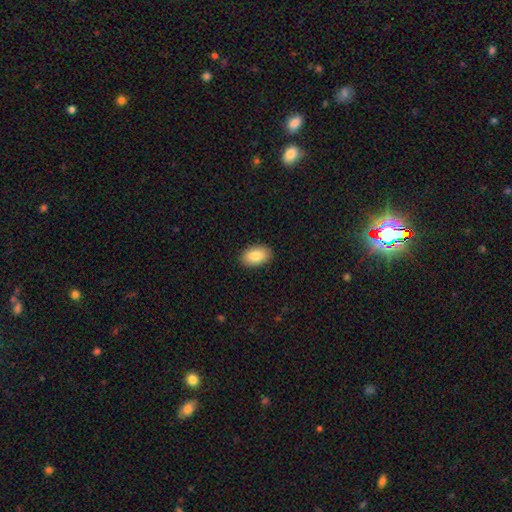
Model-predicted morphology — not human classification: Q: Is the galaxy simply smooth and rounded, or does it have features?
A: smooth — 86%.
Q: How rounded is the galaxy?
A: in between — 92%.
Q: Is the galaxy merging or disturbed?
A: none — 90%.